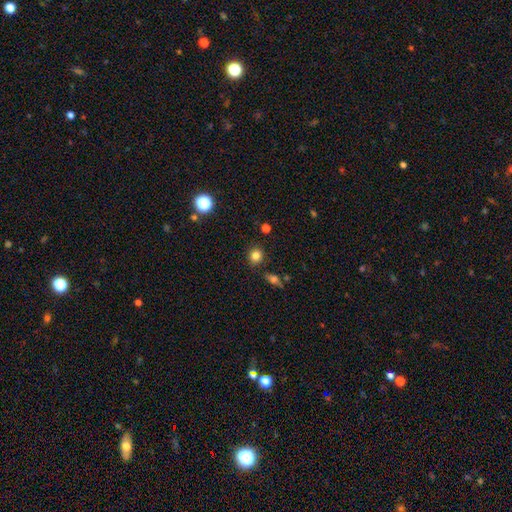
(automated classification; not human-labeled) Morphology: type=smooth (81%); roundness=round (85%); merging=none (87%).